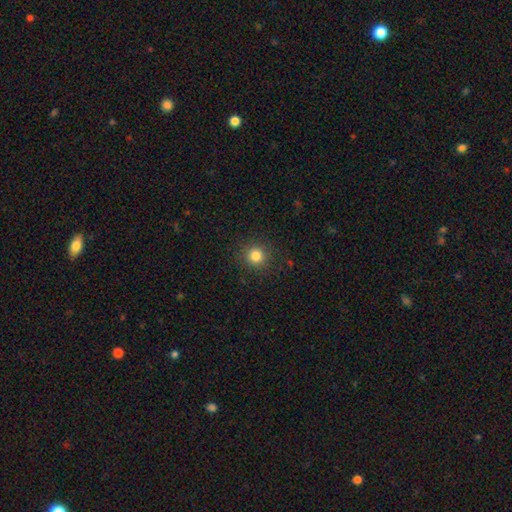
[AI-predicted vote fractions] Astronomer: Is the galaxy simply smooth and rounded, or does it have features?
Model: smooth — 82%.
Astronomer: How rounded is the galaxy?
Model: round — 93%.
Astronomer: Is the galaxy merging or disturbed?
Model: none — 90%.